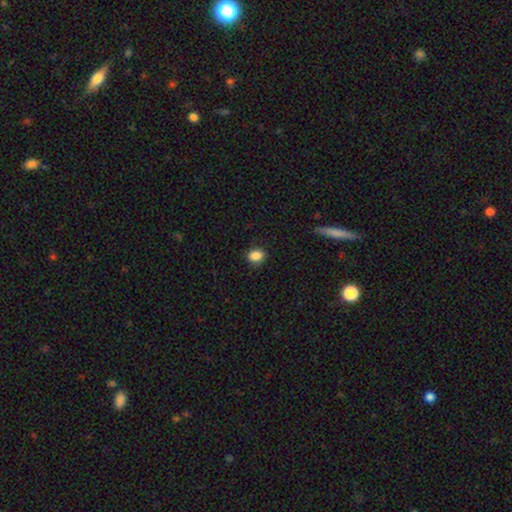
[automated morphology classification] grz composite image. It shows a smooth galaxy with no disk features (87%) that is in between round and cigar-shaped (58%). Merging: none (84%).